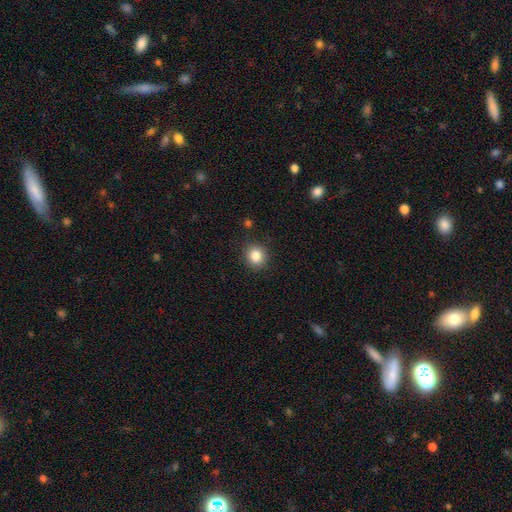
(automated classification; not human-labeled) smooth-or-featured: smooth: 84% | star or artifact: 10% | featured or disk: 6%
  how-rounded: round: 83% | in between: 16% | cigar-shaped: 1%
  merging: none: 89% | minor disturbance: 7% | major disturbance: 2% | merger: 1%